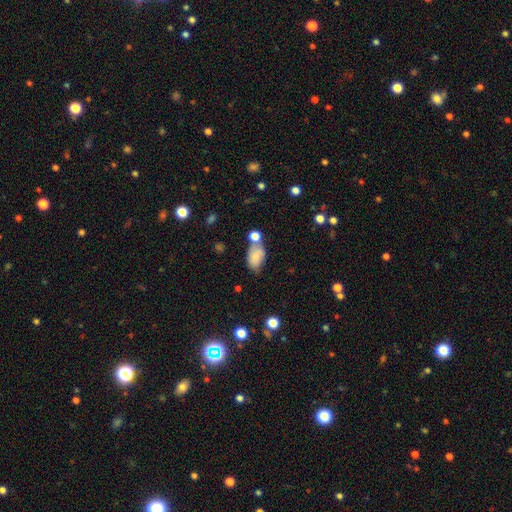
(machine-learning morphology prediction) Q: Smooth or featured?
A: smooth (76%); runner-up: featured or disk (15%)
Q: How rounded?
A: in between (88%); runner-up: round (10%)
Q: Merging?
A: none (43%); runner-up: merger (28%)